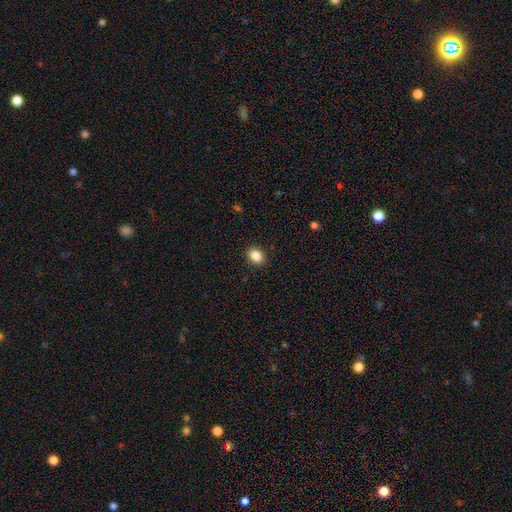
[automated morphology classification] Q: Smooth or featured?
A: smooth (86%); runner-up: star or artifact (10%)
Q: How rounded?
A: in between (58%); runner-up: round (41%)
Q: Merging?
A: none (90%); runner-up: minor disturbance (7%)